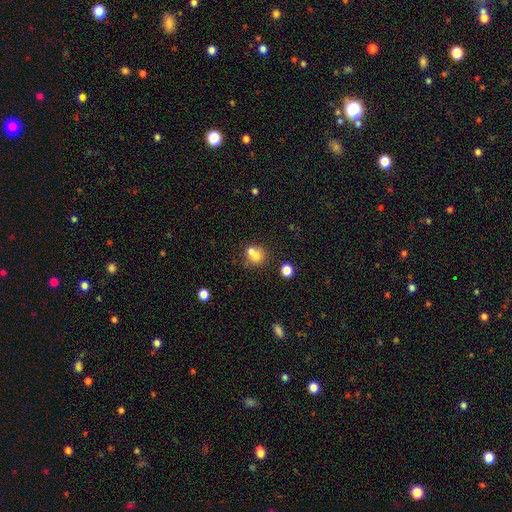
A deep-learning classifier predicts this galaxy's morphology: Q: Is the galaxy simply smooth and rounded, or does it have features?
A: smooth — 69%.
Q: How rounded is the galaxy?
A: round — 72%.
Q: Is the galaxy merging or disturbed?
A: merger — 51%.